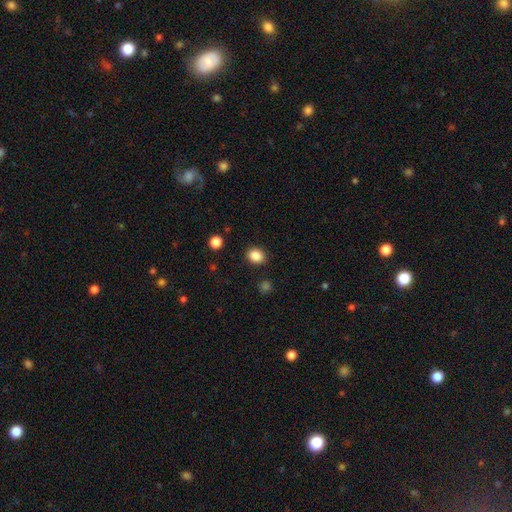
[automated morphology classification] This is clearly a smooth galaxy (86%). How rounded: possibly round (57%). Merging: clearly none (88%).